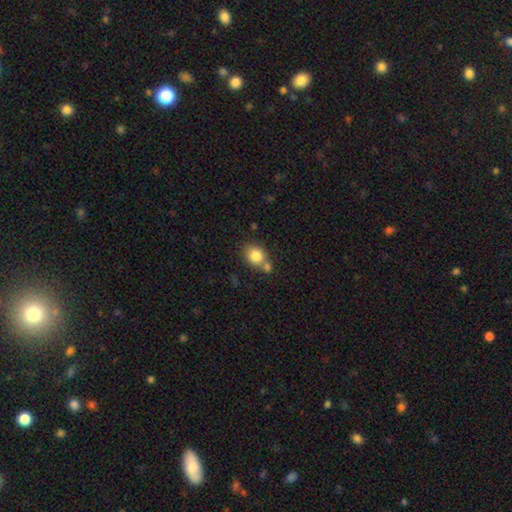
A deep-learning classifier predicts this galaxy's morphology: type=smooth (82%); roundness=round (61%); merging=none (55%).